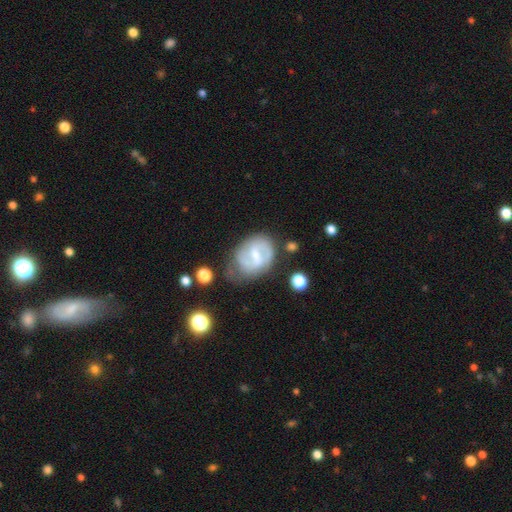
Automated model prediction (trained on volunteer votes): smooth-or-featured: featured or disk: 64% | smooth: 29% | star or artifact: 7%
  disk-edge-on: no: 97% | yes: 3%
    bar: weak: 51% | strong: 34% | no: 15%
    has-spiral-arms: yes: 71% | no: 29%
    bulge-size: small: 43% | moderate: 36% | none: 16% | large: 4% | dominant: 1%
  merging: none: 48% | minor disturbance: 30% | major disturbance: 17% | merger: 5%